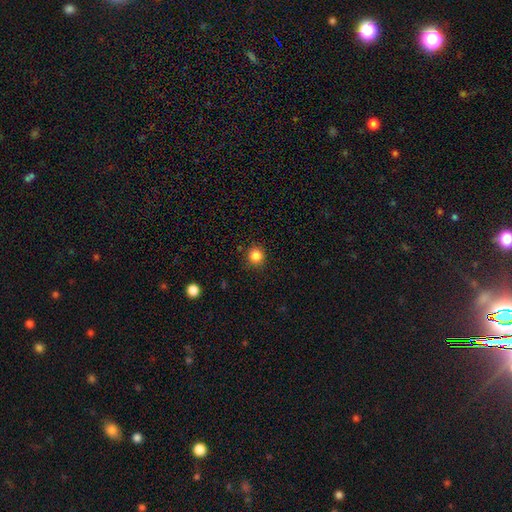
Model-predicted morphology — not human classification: smooth_or_featured: smooth (p=0.85) [alt: star or artifact p=0.12]
how_rounded: round (p=0.91) [alt: in between p=0.08]
merging: none (p=0.89) [alt: minor disturbance p=0.07]